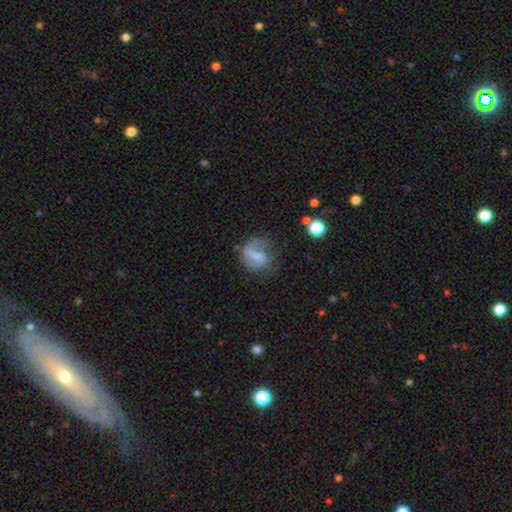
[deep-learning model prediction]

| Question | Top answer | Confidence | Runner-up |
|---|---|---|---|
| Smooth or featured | featured or disk | 52% | smooth (39%) |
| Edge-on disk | no | 97% | yes (3%) |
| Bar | weak | 44% | strong (32%) |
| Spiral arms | yes | 75% | no (25%) |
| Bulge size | none | 50% | small (26%) |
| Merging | none | 48% | minor disturbance (25%) |